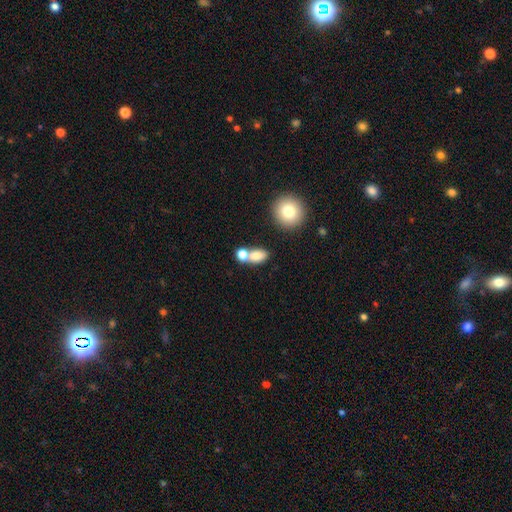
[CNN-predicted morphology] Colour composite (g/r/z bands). It shows a smooth galaxy with no disk features (79%) that is in between round and cigar-shaped (74%). Merging: merger (43%).